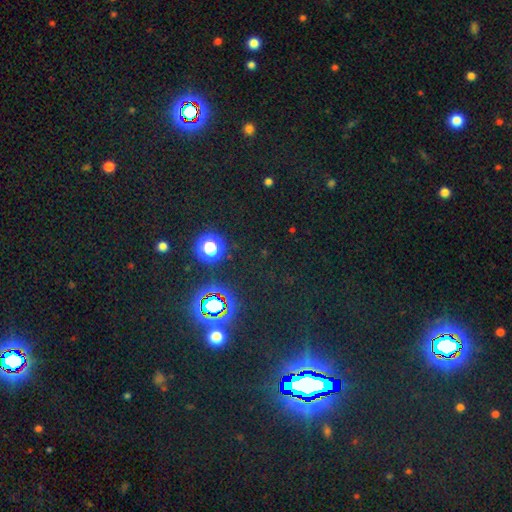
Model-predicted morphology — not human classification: Smooth or featured?
  - star or artifact: 79% *
  - smooth: 14%
  - featured or disk: 7%